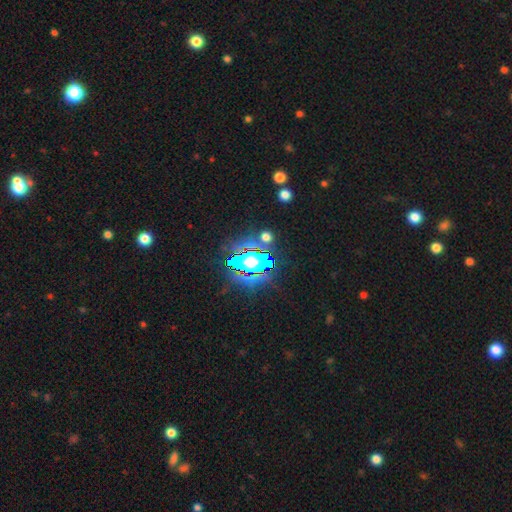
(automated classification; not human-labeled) This is clearly a star or artifact rather than a galaxy (82%).